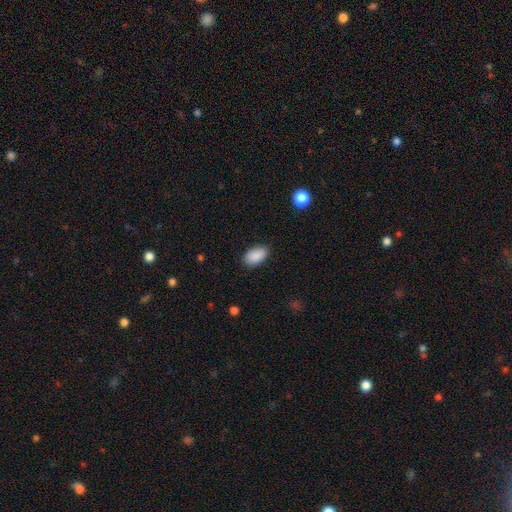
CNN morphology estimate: Smooth or featured?
  - smooth: 90% *
  - star or artifact: 7%
  - featured or disk: 3%
How rounded?
  - in between: 94% *
  - round: 4%
  - cigar-shaped: 2%
Merging?
  - none: 86% *
  - minor disturbance: 10%
  - major disturbance: 3%
  - merger: 1%